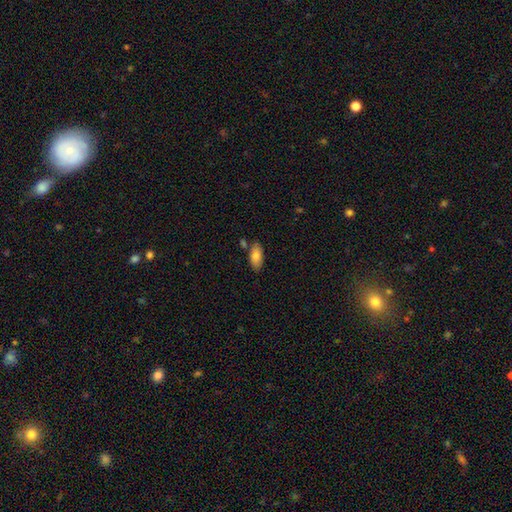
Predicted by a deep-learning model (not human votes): This appears to be a smooth galaxy with no disk features (80%) that is in between round and cigar-shaped (89%). Merging: none (77%).